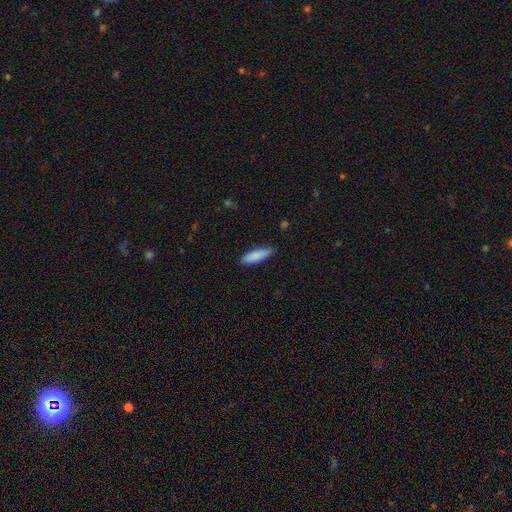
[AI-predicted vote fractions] A smooth galaxy with no disk features (86%) that is cigar-shaped (60%).

Vote fractions:
- Smooth or featured? smooth: 86% / featured or disk: 8% / star or artifact: 6%
- How rounded? cigar-shaped: 60% / in between: 39% / round: 1%
- Merging? none: 85% / minor disturbance: 12% / major disturbance: 2% / merger: 1%